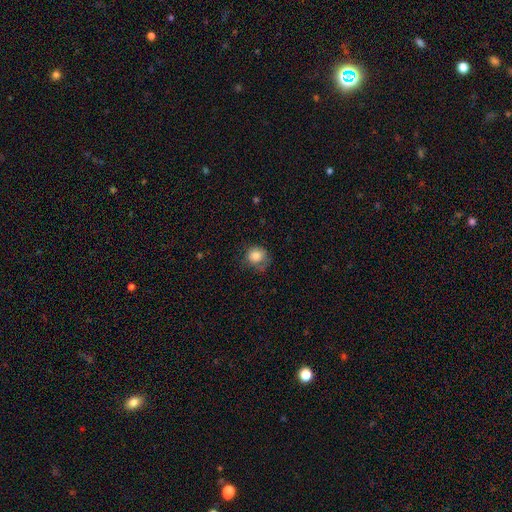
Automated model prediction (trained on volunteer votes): Overall: smooth (85%). How rounded: round (82%). Merging: none (59%; minor disturbance 28%).